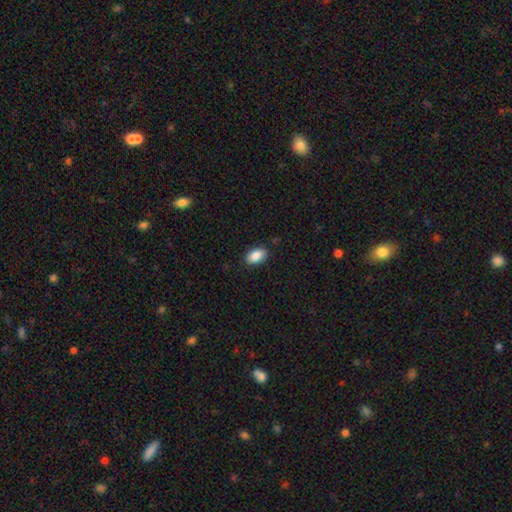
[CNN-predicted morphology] type=smooth (89%); roundness=in between (91%); merging=none (86%).